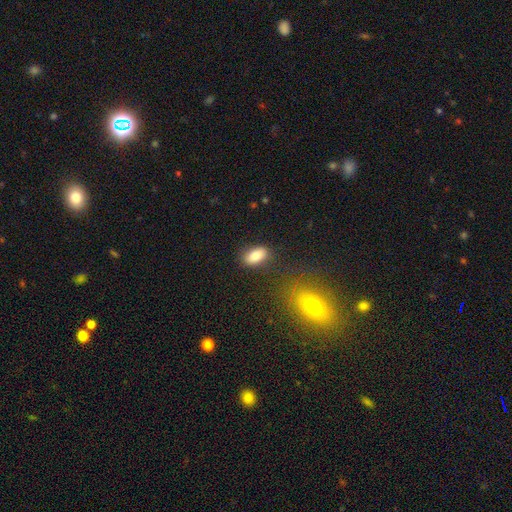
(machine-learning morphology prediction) Smooth or featured? smooth (84%)
How rounded? in between (90%)
Merging? none (83%)